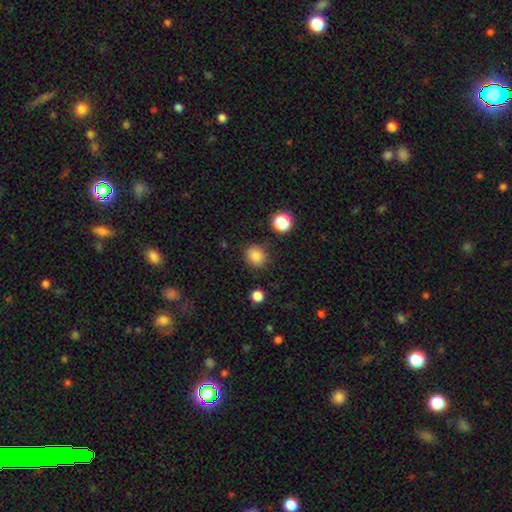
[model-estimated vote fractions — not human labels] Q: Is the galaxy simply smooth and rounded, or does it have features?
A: smooth — 84%.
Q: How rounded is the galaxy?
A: round — 80%.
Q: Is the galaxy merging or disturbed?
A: none — 85%.